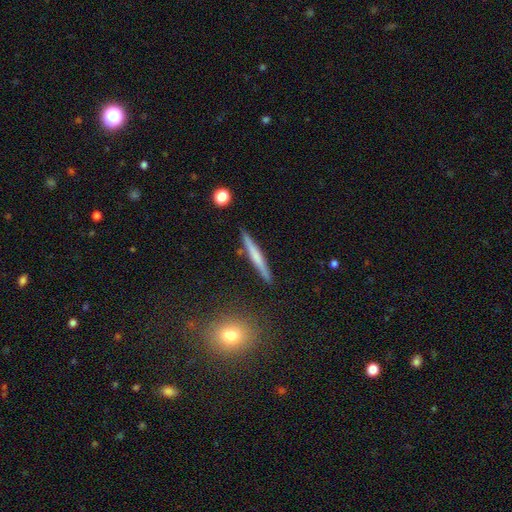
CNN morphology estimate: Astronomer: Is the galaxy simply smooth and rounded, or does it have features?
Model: smooth — 50% (runner-up: featured or disk, 44%).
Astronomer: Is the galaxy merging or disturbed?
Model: none — 89%.